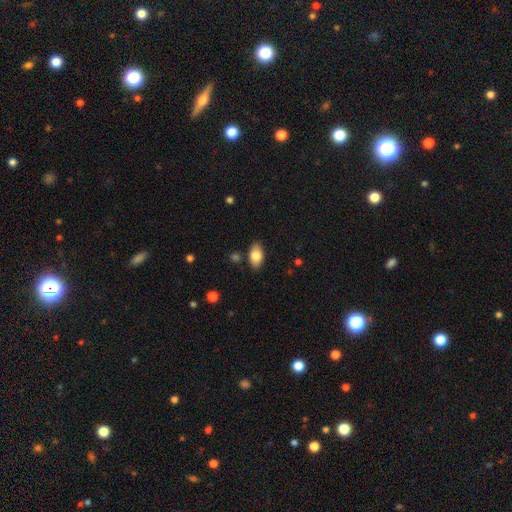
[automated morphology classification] This appears to be a smooth galaxy with no disk features (80%) that is in between round and cigar-shaped (91%). Merging: none (83%).